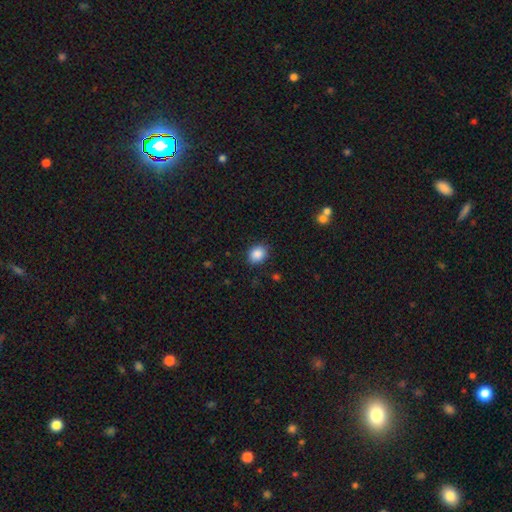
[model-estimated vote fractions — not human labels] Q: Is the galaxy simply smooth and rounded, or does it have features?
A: smooth — 87%.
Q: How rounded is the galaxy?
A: round — 53%.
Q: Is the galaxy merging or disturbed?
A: none — 86%.